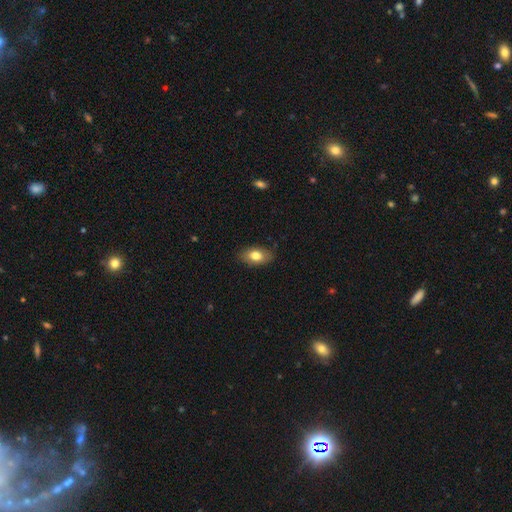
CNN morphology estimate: Q: Smooth or featured?
A: smooth (79%); runner-up: featured or disk (14%)
Q: How rounded?
A: in between (89%); runner-up: round (8%)
Q: Merging?
A: none (85%); runner-up: minor disturbance (12%)